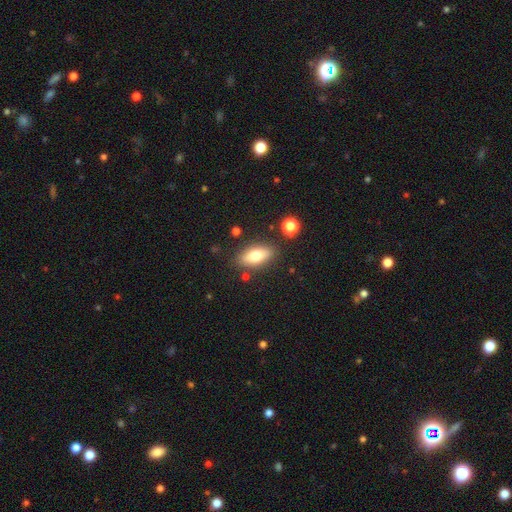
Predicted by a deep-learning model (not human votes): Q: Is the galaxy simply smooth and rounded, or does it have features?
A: smooth — 72%.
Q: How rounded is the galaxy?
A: in between — 82%.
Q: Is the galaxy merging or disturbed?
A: none — 82%.